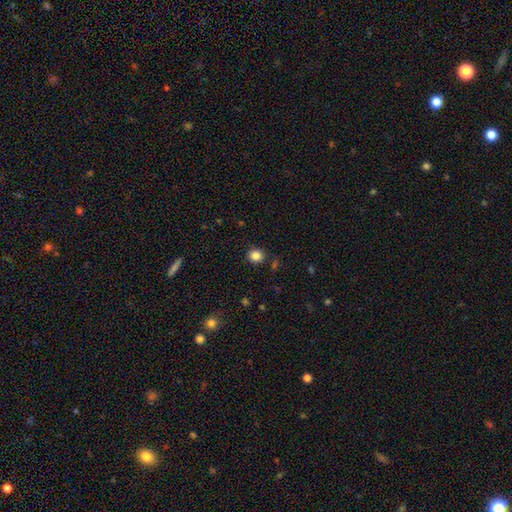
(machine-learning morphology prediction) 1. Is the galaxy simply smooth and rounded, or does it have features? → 84% smooth, 11% star or artifact, 4% featured or disk.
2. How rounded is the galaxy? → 85% round, 14% in between, 1% cigar-shaped.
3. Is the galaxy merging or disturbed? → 88% none, 8% minor disturbance, 2% merger, 2% major disturbance.